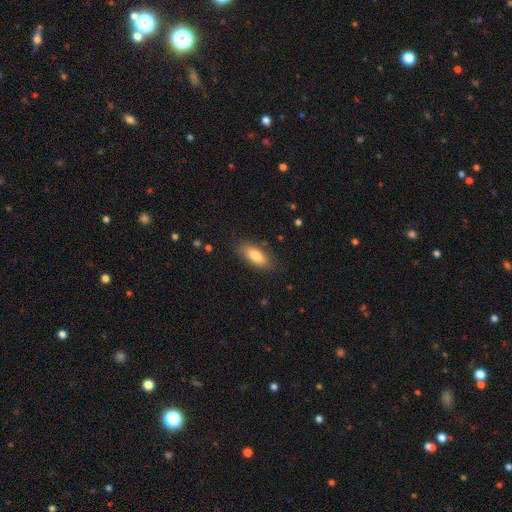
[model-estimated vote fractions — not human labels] Q: Smooth or featured?
A: smooth (80%); runner-up: featured or disk (13%)
Q: How rounded?
A: in between (80%); runner-up: cigar-shaped (18%)
Q: Merging?
A: none (83%); runner-up: minor disturbance (12%)